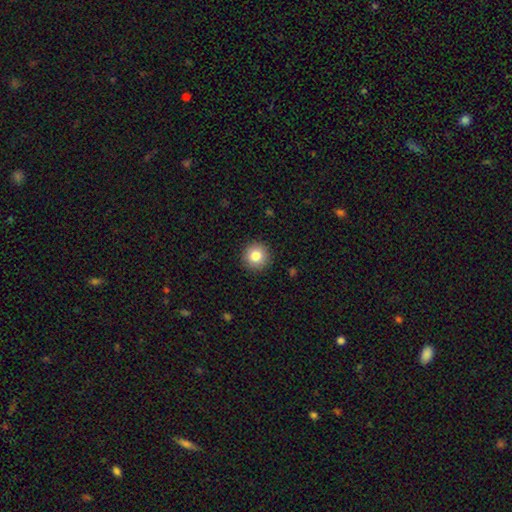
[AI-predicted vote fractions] Smooth or featured? Predicted: smooth (p=0.82). How rounded? Predicted: round (p=0.95). Merging? Predicted: none (p=0.92).